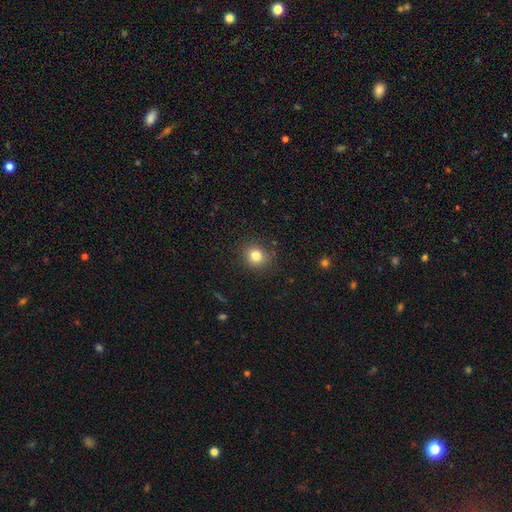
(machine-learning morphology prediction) Smooth or featured? Predicted: smooth (p=0.82). How rounded? Predicted: round (p=0.79). Merging? Predicted: none (p=0.87).